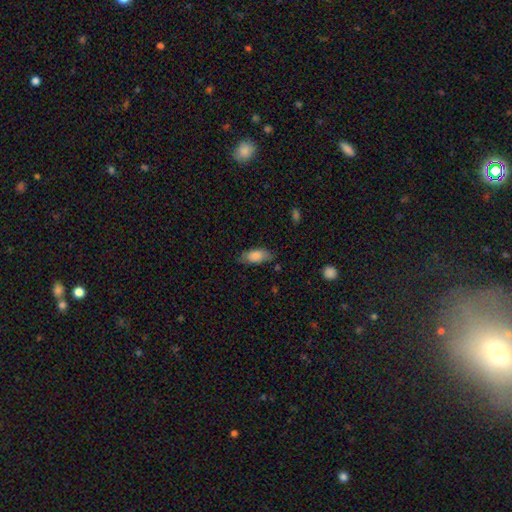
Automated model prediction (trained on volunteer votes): Smooth or featured? Predicted: smooth (p=0.83). How rounded? Predicted: in between (p=0.86). Merging? Predicted: none (p=0.73).